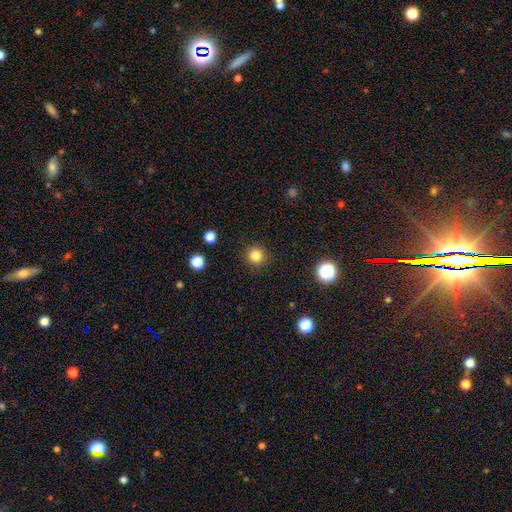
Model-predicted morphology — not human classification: Smooth or featured? smooth (83%)
How rounded? round (95%)
Merging? none (91%)